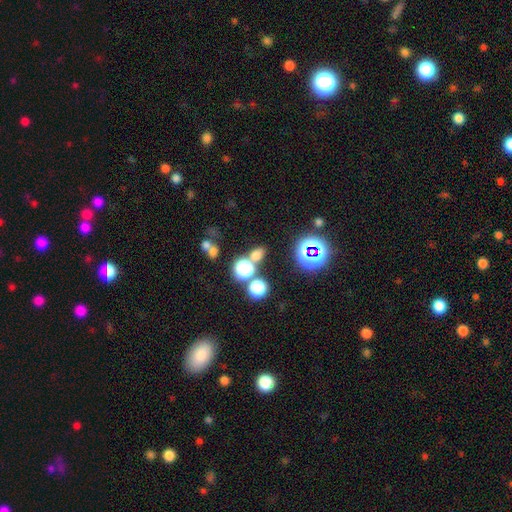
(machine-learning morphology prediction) This appears to be a smooth galaxy with no disk features (62%) that is round (55%). Merging: none (63%).